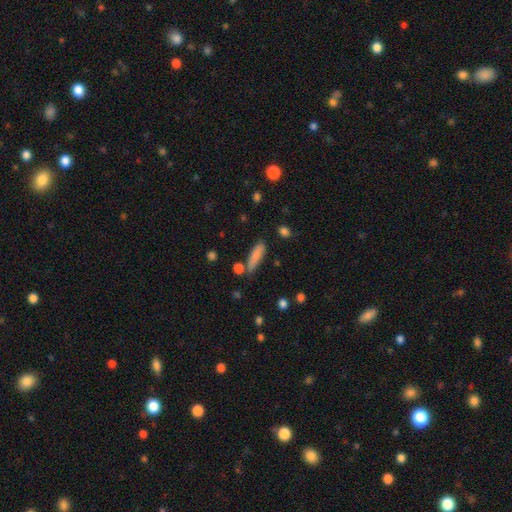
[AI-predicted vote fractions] smooth 82%, featured or disk 10%, star or artifact 8%. Down the decision tree: how rounded — cigar-shaped (65%); merging — none (71%).